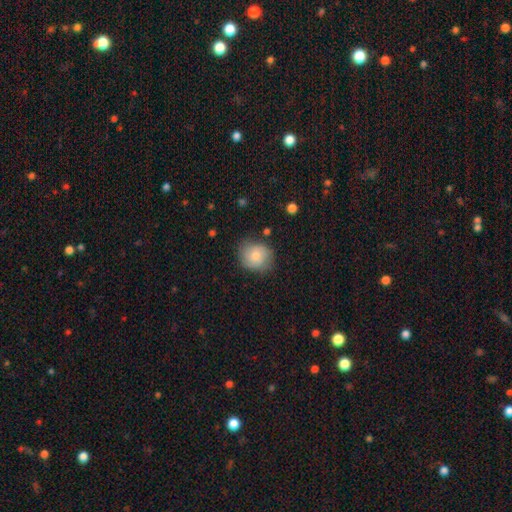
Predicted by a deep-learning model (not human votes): Smooth or featured? smooth (75%)
How rounded? round (75%)
Merging? none (74%)